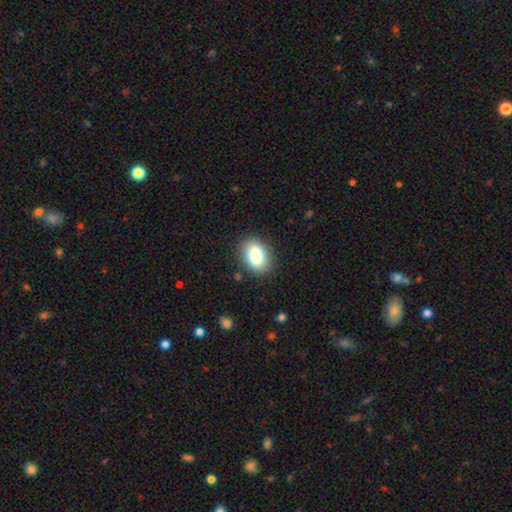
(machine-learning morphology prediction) This appears to be a smooth galaxy with no disk features (81%) that is in between round and cigar-shaped (78%). Merging: none (87%).